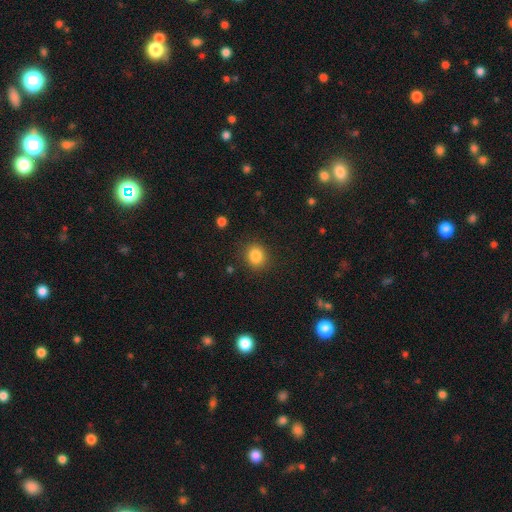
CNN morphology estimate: Smooth or featured: smooth — 85% (star or artifact — 10%)
How rounded: round — 75% (in between — 24%)
Merging: none — 88% (minor disturbance — 8%)